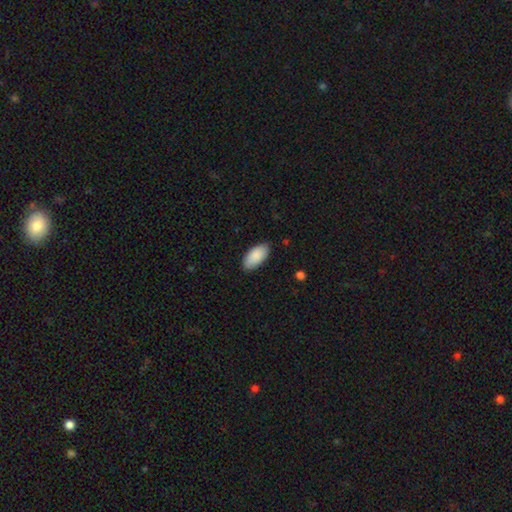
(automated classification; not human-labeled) The model was most divided on "merging": none: 85%, minor disturbance: 12%, major disturbance: 2%, merger: 1%. More confident: how rounded — in between (94%); smooth or featured — smooth (89%).